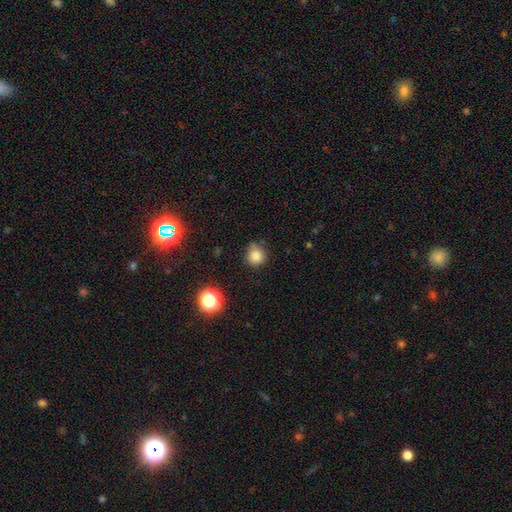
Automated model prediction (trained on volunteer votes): Smooth or featured? smooth (82%)
How rounded? round (90%)
Merging? none (72%)